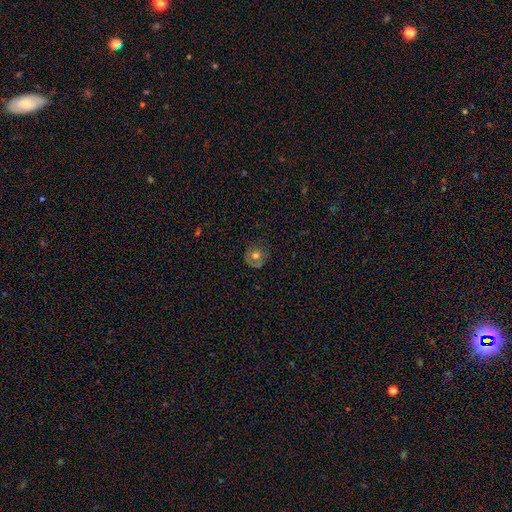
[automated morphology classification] A smooth galaxy with no disk features (59%) that is round (91%).

Vote fractions:
- Smooth or featured? smooth: 59% / featured or disk: 30% / star or artifact: 11%
- How rounded? round: 91% / in between: 8% / cigar-shaped: 1%
- Merging? none: 75% / minor disturbance: 17% / major disturbance: 6% / merger: 1%